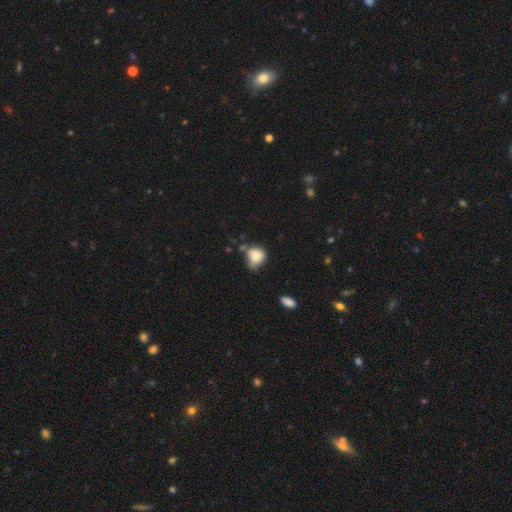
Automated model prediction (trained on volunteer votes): Smooth or featured?
  - smooth: 80% *
  - featured or disk: 11%
  - star or artifact: 9%
How rounded?
  - round: 68% *
  - in between: 31%
  - cigar-shaped: 1%
Merging?
  - none: 42% *
  - minor disturbance: 37%
  - merger: 11%
  - major disturbance: 10%